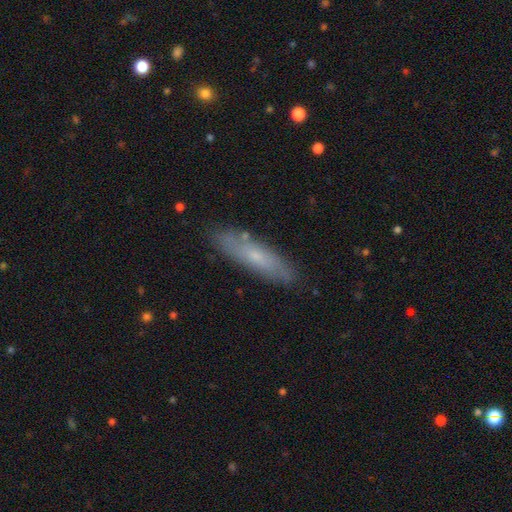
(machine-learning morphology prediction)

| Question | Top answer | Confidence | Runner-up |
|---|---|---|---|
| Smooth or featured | smooth | 56% | featured or disk (37%) |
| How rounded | cigar-shaped | 74% | in between (24%) |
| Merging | none | 84% | minor disturbance (12%) |